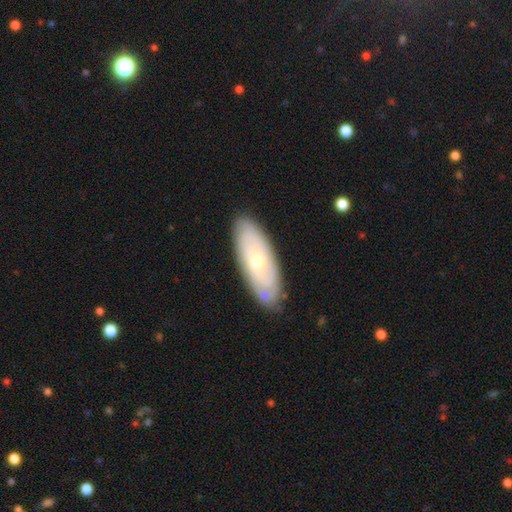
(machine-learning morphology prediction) A featured or disk galaxy (59%). Merging: none (86%).